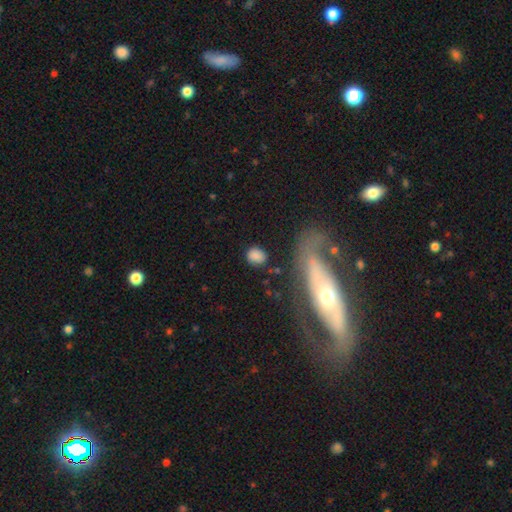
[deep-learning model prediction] Q: Smooth or featured?
A: smooth (82%); runner-up: star or artifact (10%)
Q: How rounded?
A: round (57%); runner-up: in between (41%)
Q: Merging?
A: none (77%); runner-up: minor disturbance (13%)